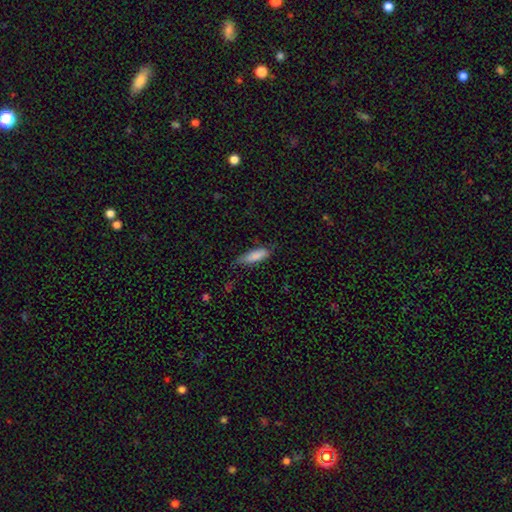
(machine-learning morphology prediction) This is clearly a smooth galaxy (84%). How rounded: possibly in between (51%). Merging: likely none (64%).